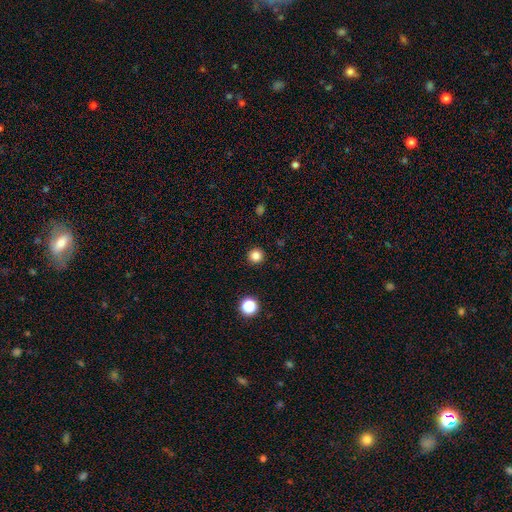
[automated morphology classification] Smooth or featured: smooth — 83% (star or artifact — 13%)
How rounded: round — 96% (in between — 3%)
Merging: none — 93% (minor disturbance — 5%)